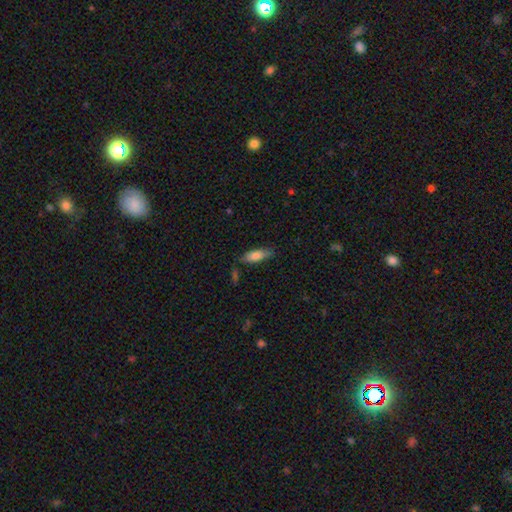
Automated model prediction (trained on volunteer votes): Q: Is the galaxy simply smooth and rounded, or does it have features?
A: smooth — 76%.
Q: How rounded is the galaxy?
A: in between — 56%.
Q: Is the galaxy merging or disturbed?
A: none — 76%.